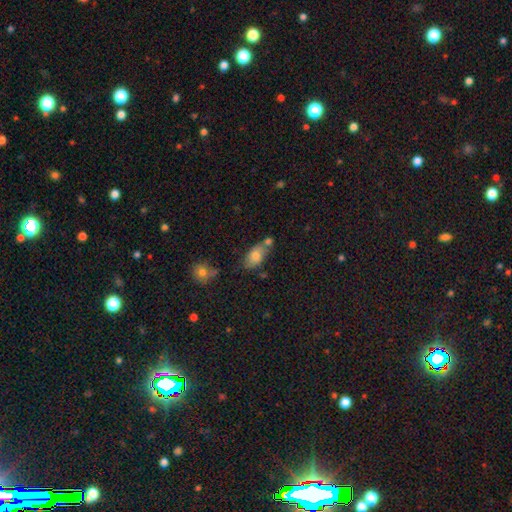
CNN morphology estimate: The model was most divided on "merging": none: 52%, merger: 23%, minor disturbance: 19%, major disturbance: 6%. More confident: how rounded — in between (89%); smooth or featured — smooth (76%).